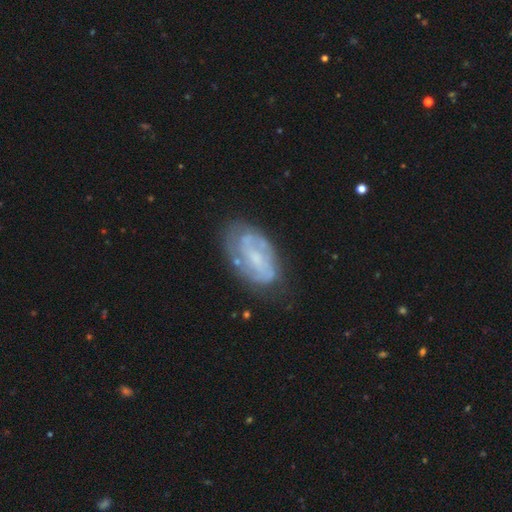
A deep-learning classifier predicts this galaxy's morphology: The model was most divided on "spiral winding": tight: 44%, medium: 38%, loose: 19%. Remaining: edge-on disk — no (95%); spiral arms — yes (79%); merging — none (70%); smooth or featured — featured or disk (68%); bulge size — small (56%); spiral arm count — 2 (51%); bar — weak (45%).